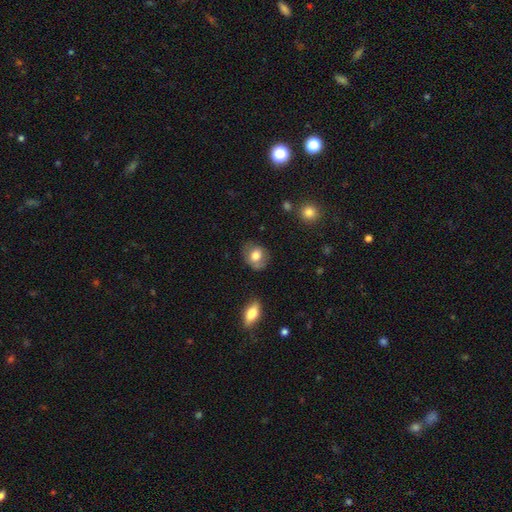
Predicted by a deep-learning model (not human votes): A smooth galaxy with no disk features (73%) that is round (58%).

Vote fractions:
- Smooth or featured? smooth: 73% / featured or disk: 19% / star or artifact: 8%
- How rounded? round: 58% / in between: 41% / cigar-shaped: 1%
- Merging? none: 71% / minor disturbance: 21% / major disturbance: 6% / merger: 2%